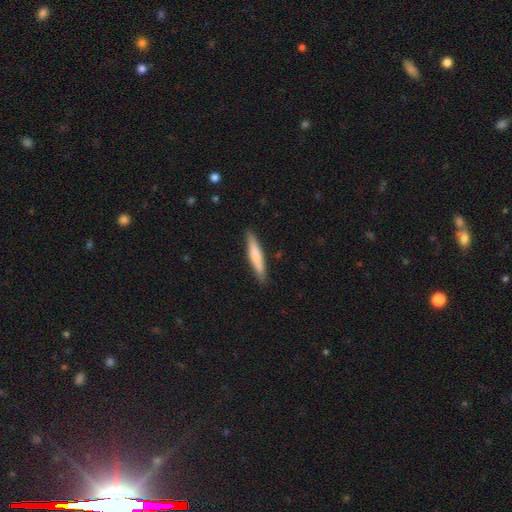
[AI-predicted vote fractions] A smooth galaxy with no disk features (69%) that is cigar-shaped (90%). Merging: none (87%).